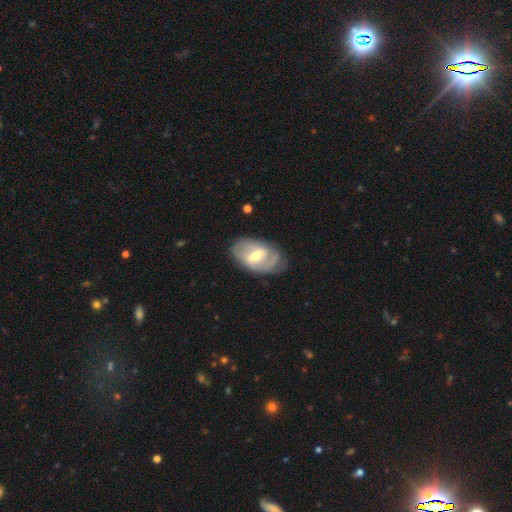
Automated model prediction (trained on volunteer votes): smooth-or-featured: featured or disk: 68% | smooth: 26% | star or artifact: 6%
  disk-edge-on: no: 94% | yes: 6%
    bar: weak: 49% | strong: 35% | no: 16%
    has-spiral-arms: yes: 73% | no: 27%
    bulge-size: moderate: 60% | small: 34% | large: 4% | none: 1% | dominant: 1%
  merging: none: 62% | minor disturbance: 26% | major disturbance: 10% | merger: 2%